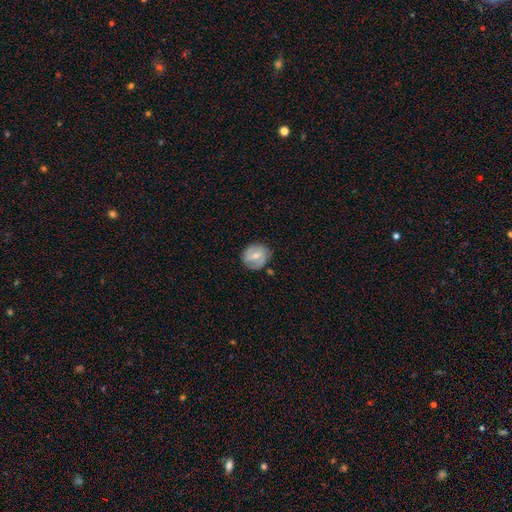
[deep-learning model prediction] Q: Smooth or featured?
A: featured or disk (56%); runner-up: smooth (37%)
Q: Edge-on disk?
A: no (97%); runner-up: yes (3%)
Q: Bar?
A: weak (50%); runner-up: no (34%)
Q: Spiral arms?
A: yes (83%); runner-up: no (17%)
Q: Bulge size?
A: moderate (49%); runner-up: small (45%)
Q: Merging?
A: none (74%); runner-up: minor disturbance (19%)